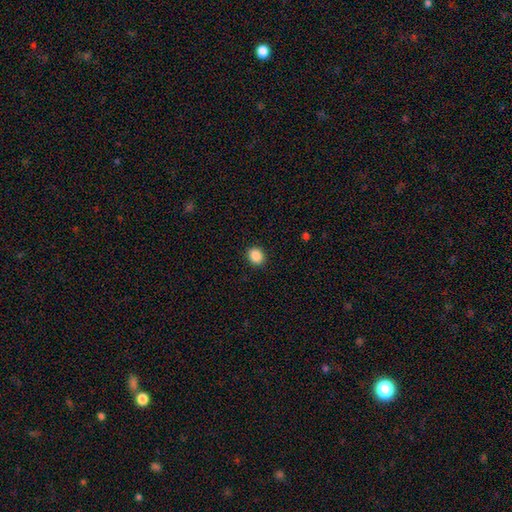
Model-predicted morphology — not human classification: Smooth or featured? smooth (88%)
How rounded? round (69%)
Merging? none (91%)